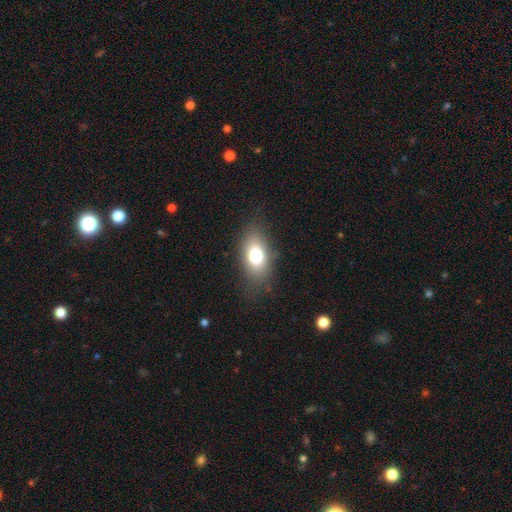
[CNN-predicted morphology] Smooth or featured?
  - smooth: 71% *
  - featured or disk: 18%
  - star or artifact: 11%
How rounded?
  - in between: 84% *
  - round: 12%
  - cigar-shaped: 4%
Merging?
  - none: 77% *
  - minor disturbance: 15%
  - major disturbance: 6%
  - merger: 1%